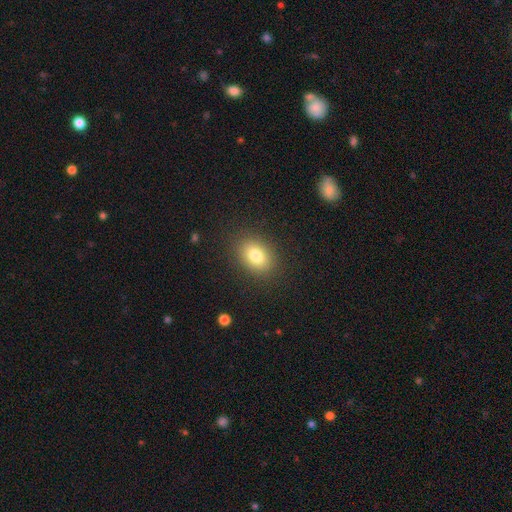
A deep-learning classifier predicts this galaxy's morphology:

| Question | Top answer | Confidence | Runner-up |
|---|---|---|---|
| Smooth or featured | smooth | 81% | star or artifact (10%) |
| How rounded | in between | 69% | round (30%) |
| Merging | none | 87% | minor disturbance (8%) |